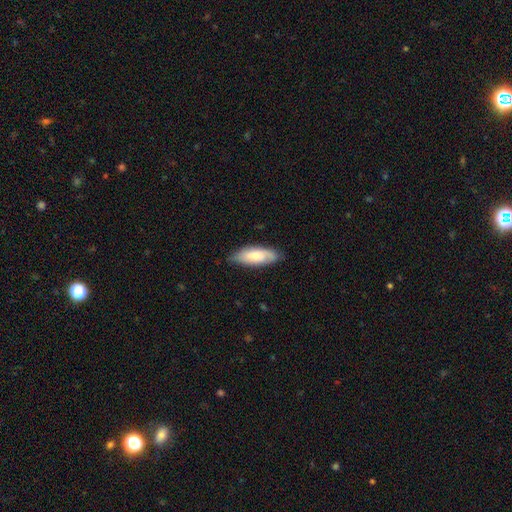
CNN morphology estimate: smooth_or_featured: smooth (p=0.71) [alt: featured or disk p=0.24]
how_rounded: in between (p=0.70) [alt: cigar-shaped p=0.28]
merging: none (p=0.75) [alt: minor disturbance p=0.21]